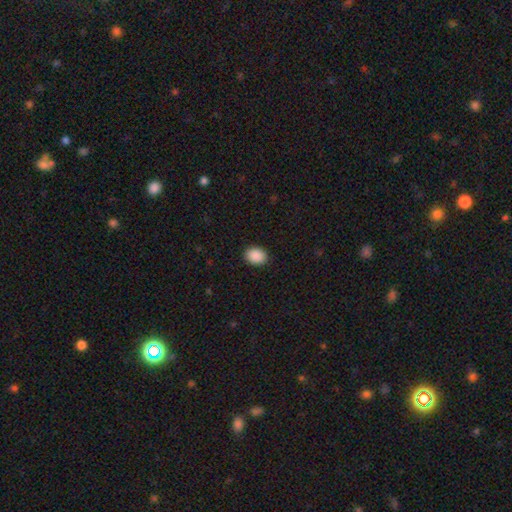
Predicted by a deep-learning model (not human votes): Smooth or featured? smooth (90%)
How rounded? in between (63%)
Merging? none (90%)